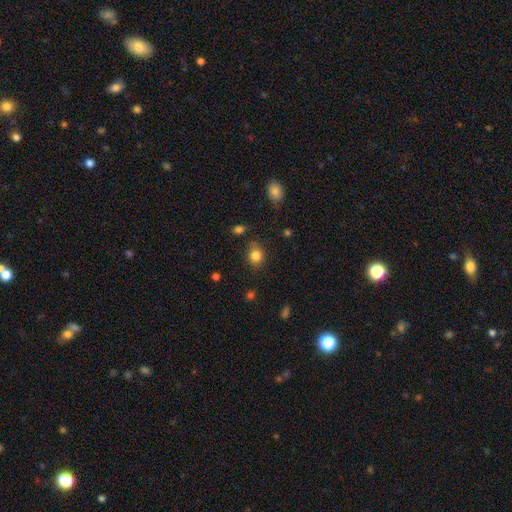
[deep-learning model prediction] Smooth or featured? smooth (84%)
How rounded? round (73%)
Merging? none (73%)